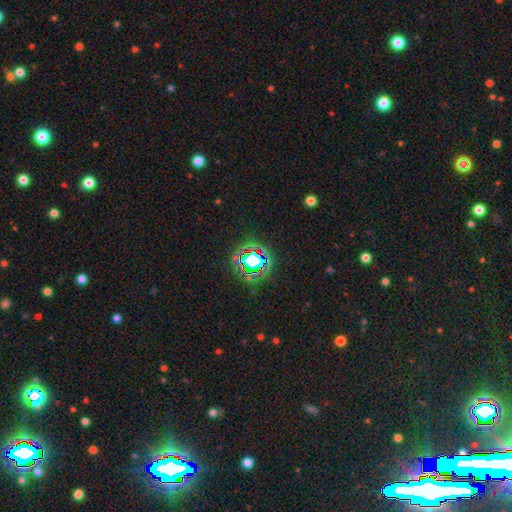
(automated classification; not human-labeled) smooth_or_featured: star or artifact (p=0.70) [alt: smooth p=0.19]